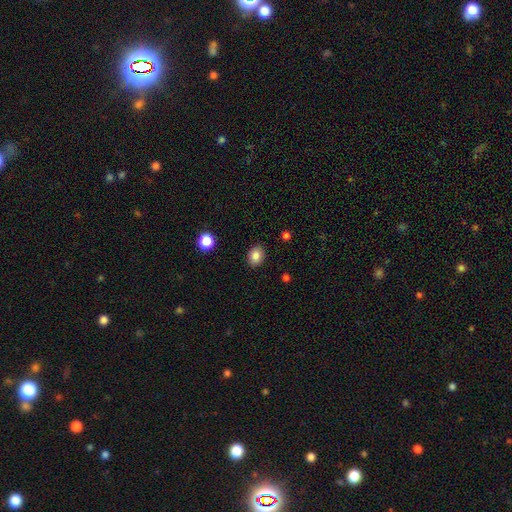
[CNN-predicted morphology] Smooth or featured?
  - smooth: 85% *
  - star or artifact: 10%
  - featured or disk: 6%
How rounded?
  - in between: 56% *
  - round: 43%
  - cigar-shaped: 1%
Merging?
  - none: 89% *
  - minor disturbance: 8%
  - major disturbance: 2%
  - merger: 1%